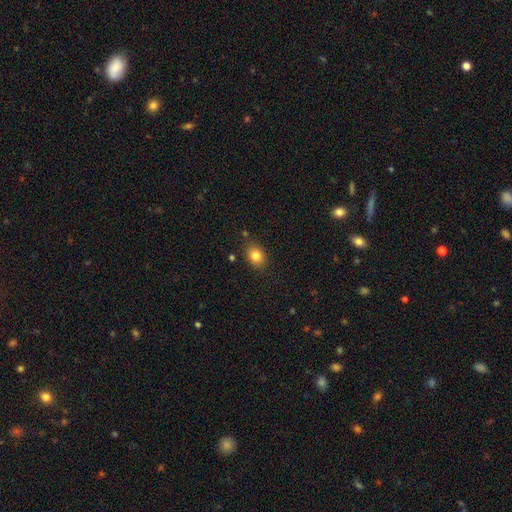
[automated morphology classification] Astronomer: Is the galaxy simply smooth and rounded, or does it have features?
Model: smooth — 82%.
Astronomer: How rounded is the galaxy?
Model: in between — 58% (runner-up: round, 41%).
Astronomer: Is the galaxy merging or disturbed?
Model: none — 82%.